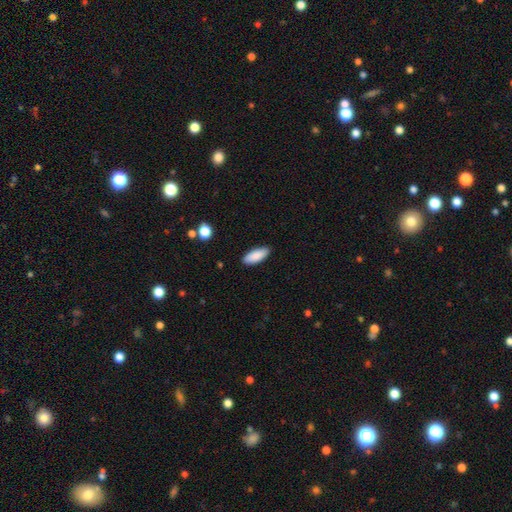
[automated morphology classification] Smooth or featured? Predicted: smooth (p=0.88). How rounded? Predicted: in between (p=0.78). Merging? Predicted: none (p=0.88).